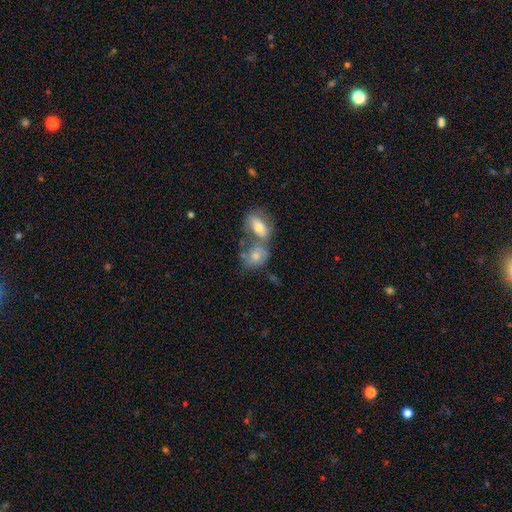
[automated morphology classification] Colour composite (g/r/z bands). It shows a smooth galaxy with no disk features (63%) that is in between round and cigar-shaped (64%). Merging: merger (55%).